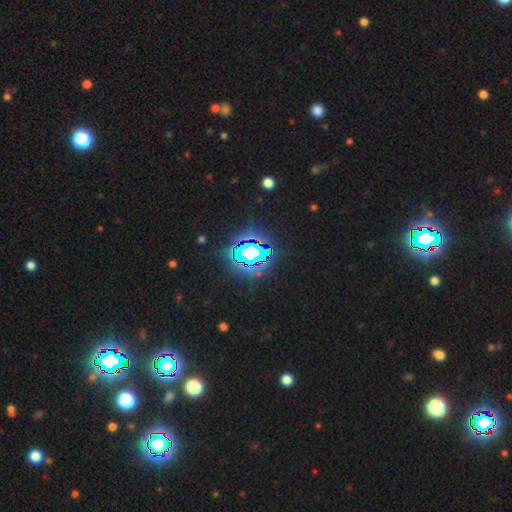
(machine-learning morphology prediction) A star or artifact, not a galaxy (74%).

Vote fractions:
- Smooth or featured? star or artifact: 74% / smooth: 13% / featured or disk: 12%